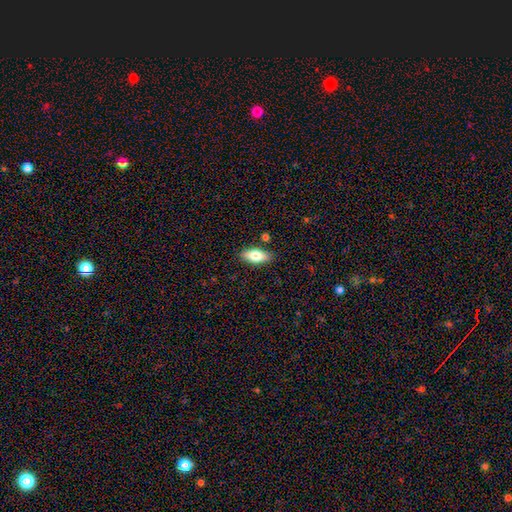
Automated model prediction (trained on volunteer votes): The model was most divided on "smooth or featured": smooth: 73%, featured or disk: 20%, star or artifact: 7%. More confident: merging — none (84%); how rounded — in between (82%).